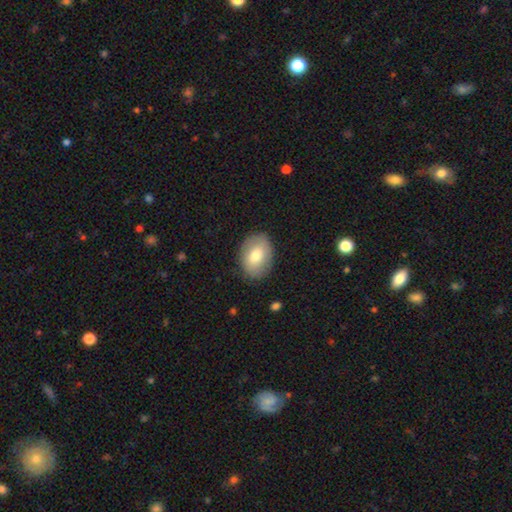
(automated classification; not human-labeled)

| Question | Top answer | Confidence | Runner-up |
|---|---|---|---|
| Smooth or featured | smooth | 72% | featured or disk (22%) |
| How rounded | in between | 76% | round (23%) |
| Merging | none | 84% | minor disturbance (11%) |